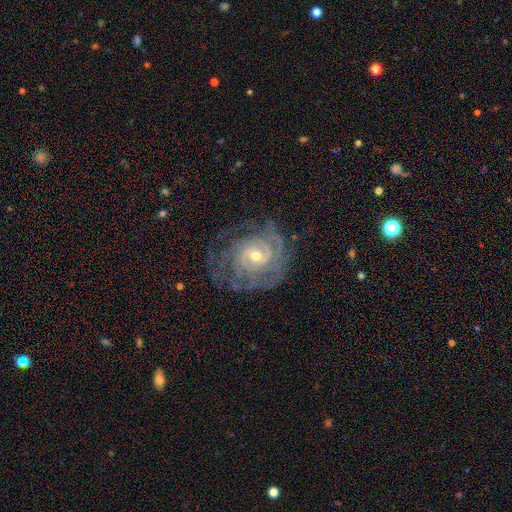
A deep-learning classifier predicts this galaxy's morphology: The model was most divided on "bulge size": small: 50%, moderate: 46%, large: 2%, none: 1%, dominant: 1%. Remaining: edge-on disk — no (97%); spiral arms — yes (95%); smooth or featured — featured or disk (87%); spiral winding — tight (76%); merging — none (69%); bar — no (61%); spiral arm count — can't tell (35%).